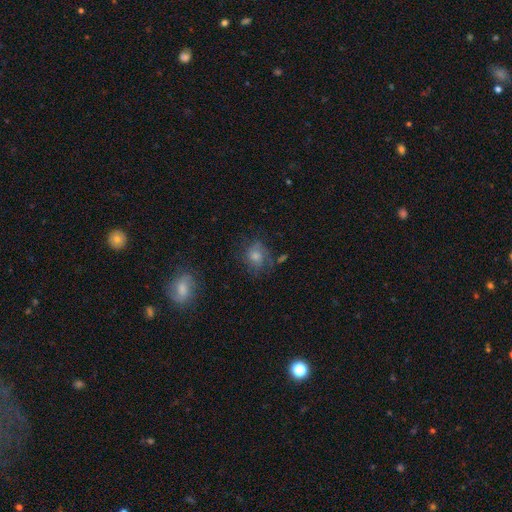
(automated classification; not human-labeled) Smooth or featured? smooth (46%)
Merging? none (67%)